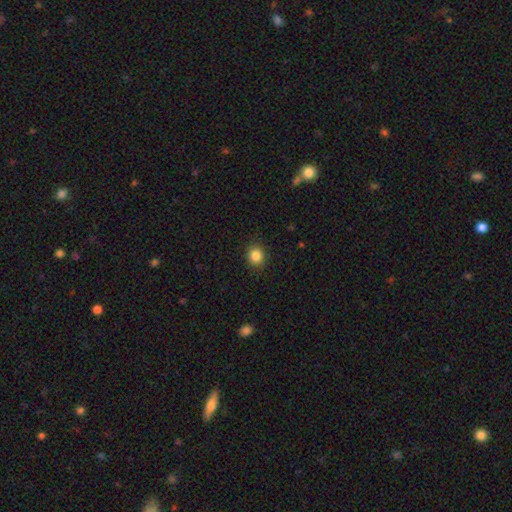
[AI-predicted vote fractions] A smooth galaxy with no disk features (86%) that is round (79%).

Vote fractions:
- Smooth or featured? smooth: 86% / star or artifact: 10% / featured or disk: 4%
- How rounded? round: 79% / in between: 20% / cigar-shaped: 1%
- Merging? none: 89% / minor disturbance: 8% / major disturbance: 2% / merger: 1%